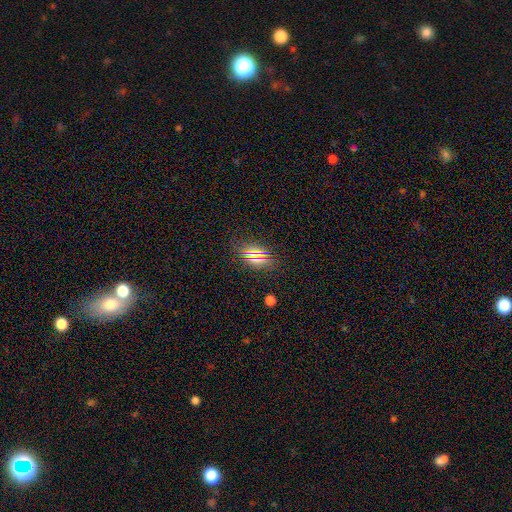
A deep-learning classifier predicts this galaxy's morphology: Smooth or featured?
  - smooth: 59% *
  - star or artifact: 25%
  - featured or disk: 16%
How rounded?
  - in between: 75% *
  - round: 19%
  - cigar-shaped: 6%
Merging?
  - none: 82% *
  - minor disturbance: 12%
  - major disturbance: 4%
  - merger: 2%